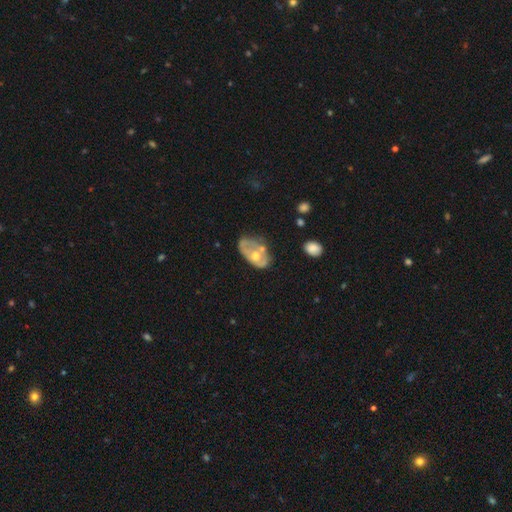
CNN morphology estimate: type=featured or disk (55%); edge-on=no (94%); bar=no (86%); spiral arms=no (76%); bulge=moderate (69%); merging=none (33%).